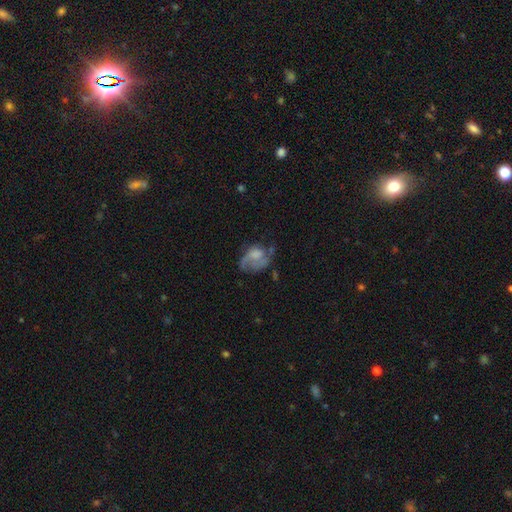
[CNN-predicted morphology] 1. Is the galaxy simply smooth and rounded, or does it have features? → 52% featured or disk, 39% smooth, 10% star or artifact.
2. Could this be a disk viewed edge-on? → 97% no, 3% yes.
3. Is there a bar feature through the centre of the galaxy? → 75% no, 21% weak, 4% strong.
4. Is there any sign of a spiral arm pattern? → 63% yes, 37% no.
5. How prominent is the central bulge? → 40% none, 24% moderate, 18% small, 16% large, 3% dominant.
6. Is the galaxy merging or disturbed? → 37% major disturbance, 34% none, 25% minor disturbance, 4% merger.